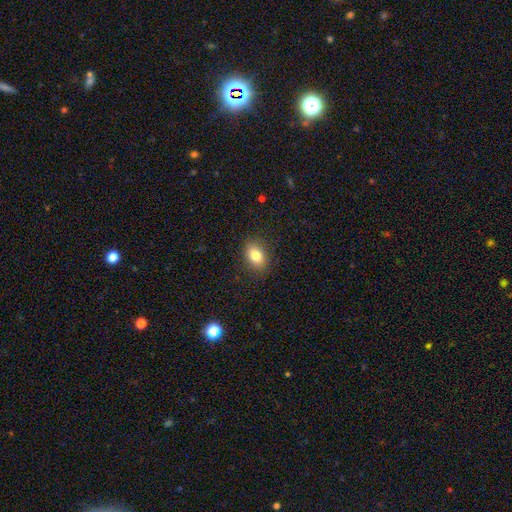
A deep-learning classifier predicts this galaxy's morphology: Overall: smooth (82%). How rounded: in between (81%). Merging: none (87%).